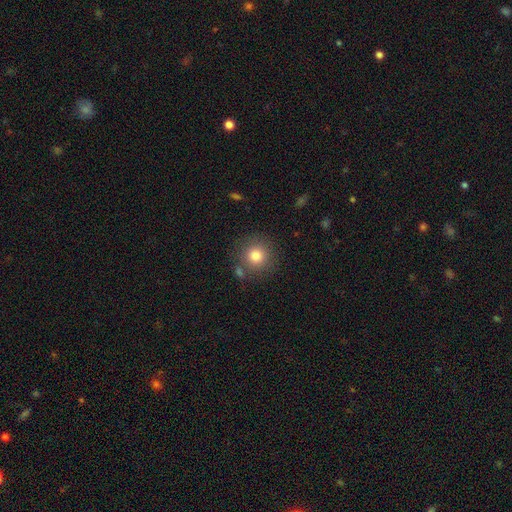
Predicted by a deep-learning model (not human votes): This appears to be a smooth galaxy with no disk features (80%) that is round (94%). Merging: none (81%).